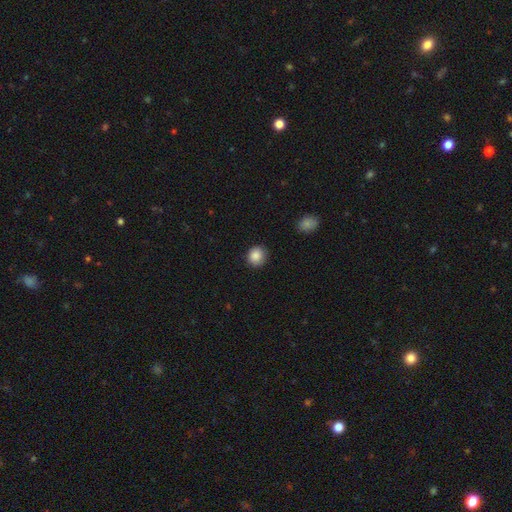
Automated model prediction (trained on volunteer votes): Overall: smooth (87%). How rounded: round (84%). Merging: none (86%).